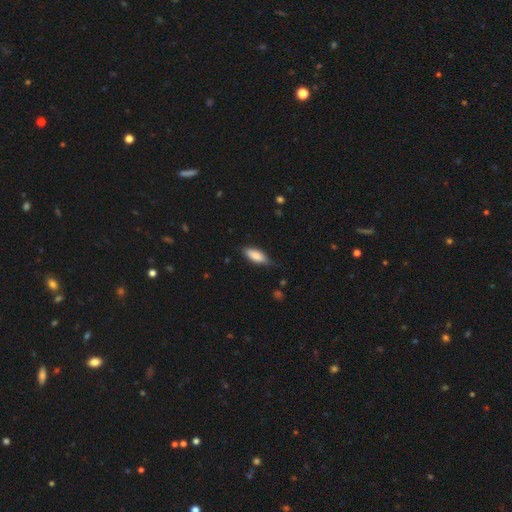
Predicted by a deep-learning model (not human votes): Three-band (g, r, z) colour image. It shows a smooth galaxy with no disk features (83%) that is in between round and cigar-shaped (75%). Merging: none (75%).